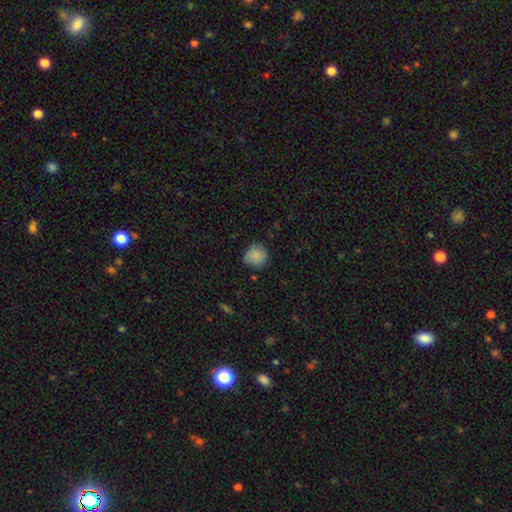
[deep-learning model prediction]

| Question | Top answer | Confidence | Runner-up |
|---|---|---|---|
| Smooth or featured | smooth | 85% | star or artifact (8%) |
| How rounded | round | 88% | in between (11%) |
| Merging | none | 75% | minor disturbance (19%) |